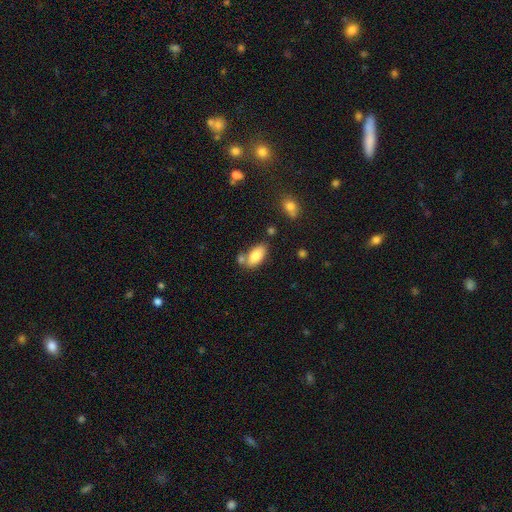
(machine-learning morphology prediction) type=smooth (84%); roundness=in between (93%); merging=none (62%).